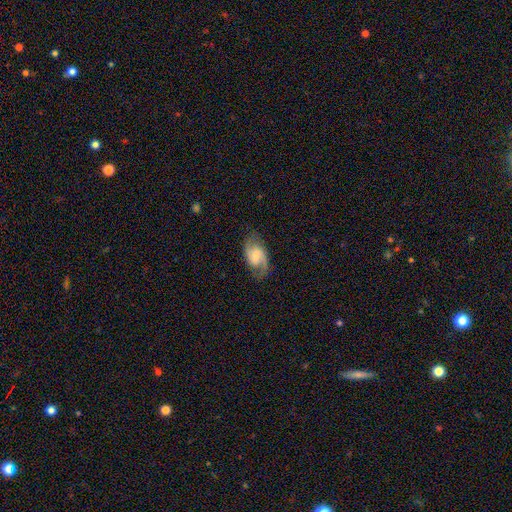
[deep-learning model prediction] A featured or disk galaxy (77%) with a weak bar (44%, tied with no), 2 (88%) medium (52%) spiral arms (95%) and a small central bulge (50%). Merging: none (76%).